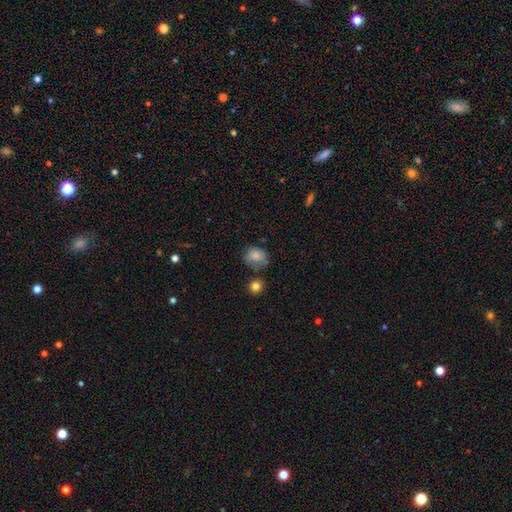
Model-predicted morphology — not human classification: This is clearly a smooth galaxy (81%). How rounded: possibly round (58%). Merging: possibly none (55%).